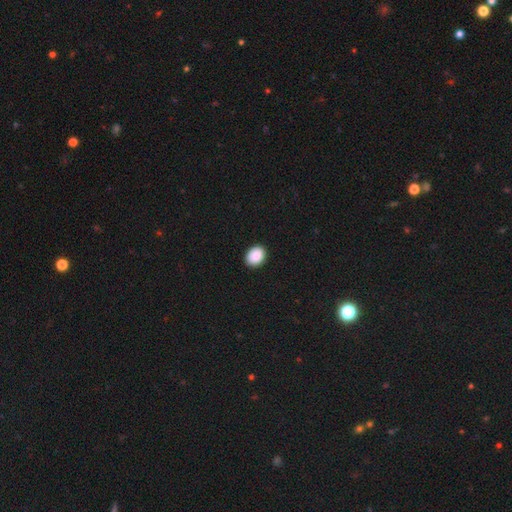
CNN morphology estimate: smooth 90%, star or artifact 7%, featured or disk 3%. Down the decision tree: how rounded — in between (65%); merging — none (91%).